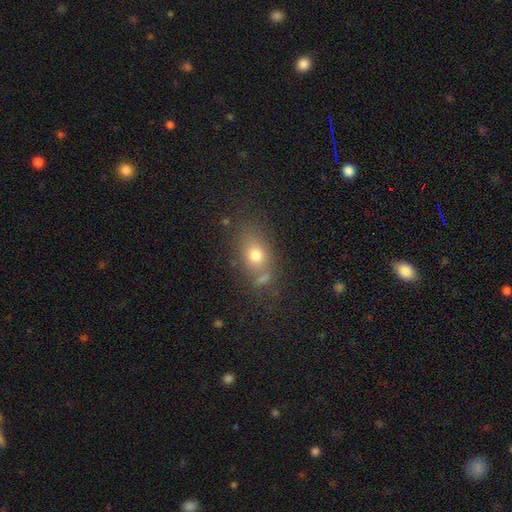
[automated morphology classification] Overall: smooth (70%). How rounded: in between (60%; round 37%). Merging: none (60%).